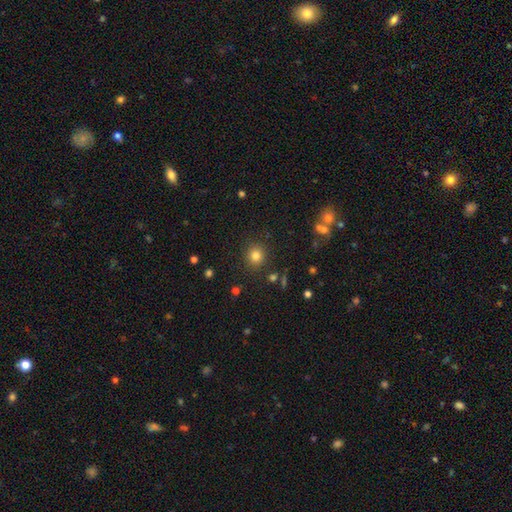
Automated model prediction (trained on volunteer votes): Smooth or featured: smooth — 80% (star or artifact — 14%)
How rounded: round — 87% (in between — 13%)
Merging: none — 88% (minor disturbance — 7%)